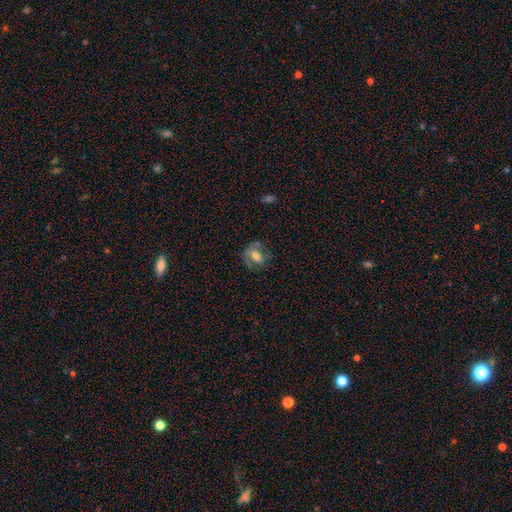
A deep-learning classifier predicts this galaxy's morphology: smooth_or_featured: smooth (p=0.52) [alt: featured or disk p=0.38]
how_rounded: in between (p=0.55) [alt: round p=0.43]
merging: none (p=0.57) [alt: minor disturbance p=0.24]